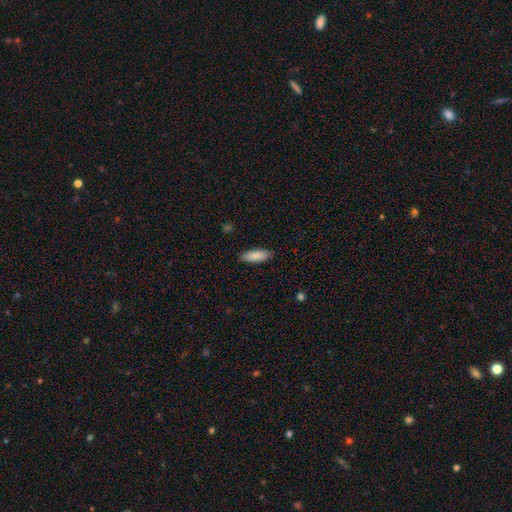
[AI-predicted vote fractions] The model was most divided on "how rounded": in between: 67%, cigar-shaped: 32%, round: 2%. More confident: merging — none (88%); smooth or featured — smooth (86%).